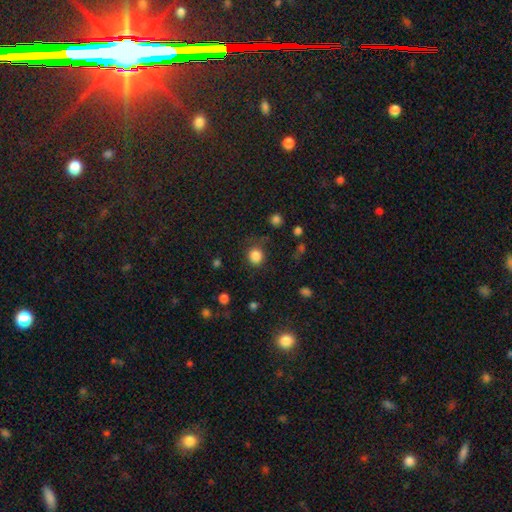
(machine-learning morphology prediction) Q: Smooth or featured?
A: smooth (84%); runner-up: star or artifact (11%)
Q: How rounded?
A: round (87%); runner-up: in between (13%)
Q: Merging?
A: none (80%); runner-up: minor disturbance (13%)